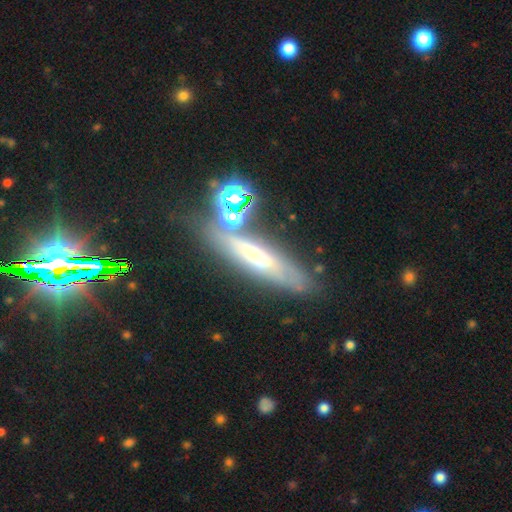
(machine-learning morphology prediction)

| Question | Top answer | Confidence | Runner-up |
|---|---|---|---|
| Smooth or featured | featured or disk | 45% | smooth (34%) |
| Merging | none | 60% | merger (16%) |